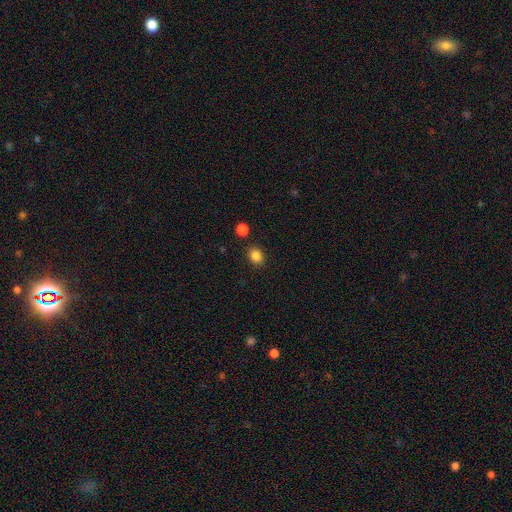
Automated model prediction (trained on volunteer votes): smooth_or_featured: smooth (p=0.86) [alt: star or artifact p=0.11]
how_rounded: round (p=0.57) [alt: in between p=0.42]
merging: none (p=0.85) [alt: minor disturbance p=0.08]